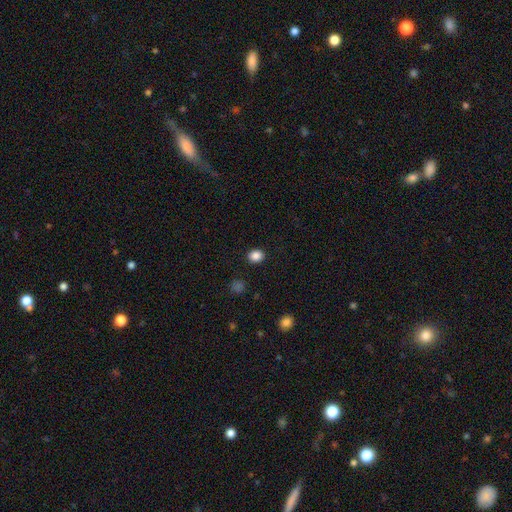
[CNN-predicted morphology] Overall: smooth (87%). How rounded: round (63%; in between 37%). Merging: none (90%).